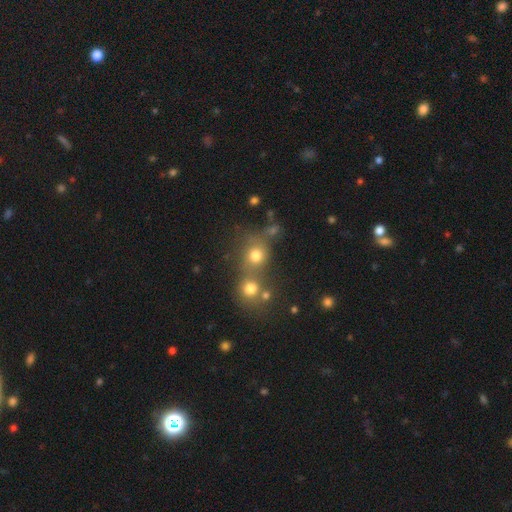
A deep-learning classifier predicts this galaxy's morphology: The model was most divided on "merging": none: 48%, merger: 38%, minor disturbance: 8%, major disturbance: 5%. More confident: how rounded — round (83%); smooth or featured — smooth (73%).